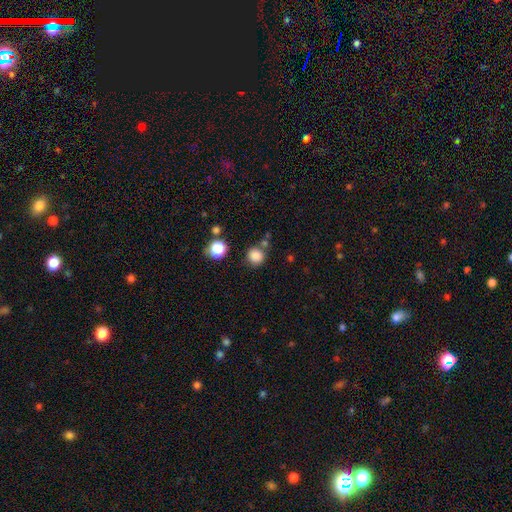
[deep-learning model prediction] Smooth or featured? smooth (83%)
How rounded? round (89%)
Merging? none (74%)